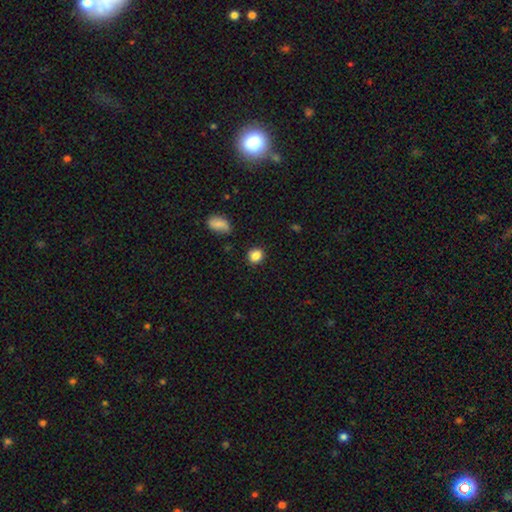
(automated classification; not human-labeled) This is clearly a smooth galaxy (85%). How rounded: likely round (72%). Merging: clearly none (85%).